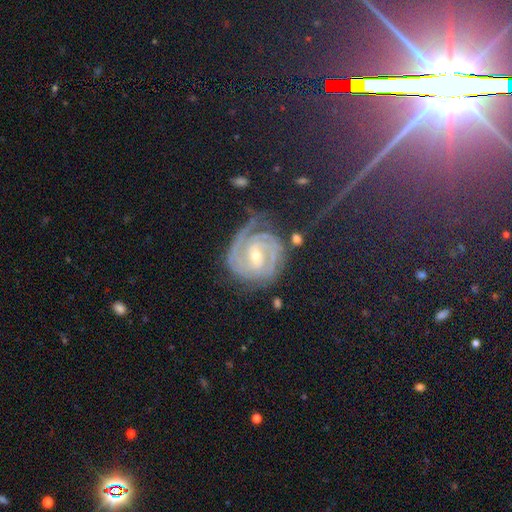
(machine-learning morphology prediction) A featured or disk galaxy (86%) with a weak bar (47%), 2 (43%) tight (79%) spiral arms (98%) and a moderate central bulge (50%).

Vote fractions:
- Smooth or featured? featured or disk: 86% / star or artifact: 9% / smooth: 6%
- Edge-on disk? no: 98% / yes: 2%
- Bar? weak: 47% / no: 33% / strong: 20%
- Spiral arms? yes: 98% / no: 2%
- Spiral winding? tight: 79% / medium: 17% / loose: 3%
- Spiral arm count? 2: 43% / 3: 25% / can't tell: 14% / 4: 7% / 1: 6% / more than 4: 5%
- Bulge size? moderate: 50% / small: 48% / large: 1% / none: 1% / dominant: 1%
- Merging? none: 71% / minor disturbance: 20% / major disturbance: 7% / merger: 2%